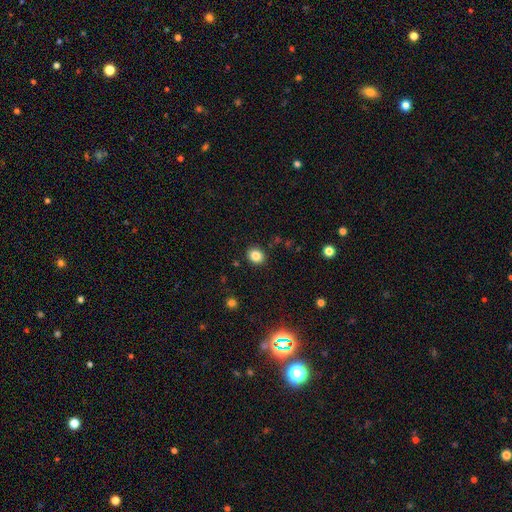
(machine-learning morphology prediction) This is clearly a smooth galaxy (85%). How rounded: likely round (64%). Merging: clearly none (90%).